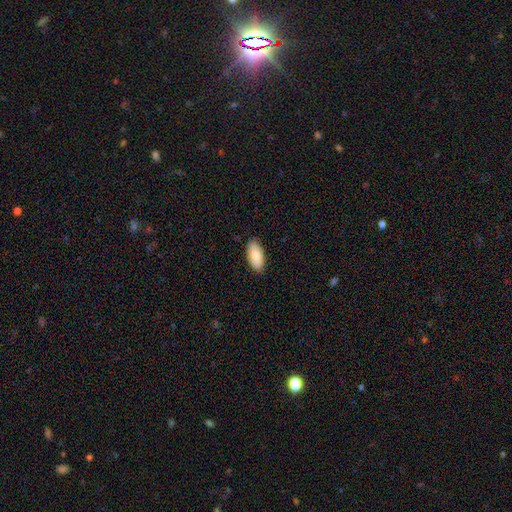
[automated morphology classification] A smooth galaxy with no disk features (85%) that is in between round and cigar-shaped (92%). Merging: none (88%).